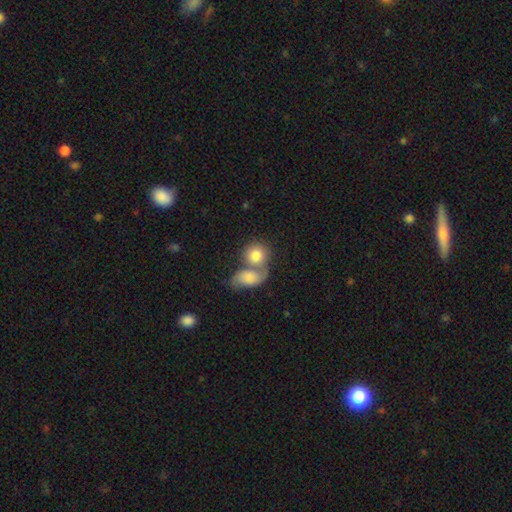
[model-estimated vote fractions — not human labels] smooth_or_featured: smooth (p=0.78) [alt: featured or disk p=0.15]
how_rounded: round (p=0.63) [alt: in between p=0.35]
merging: merger (p=0.62) [alt: none p=0.26]